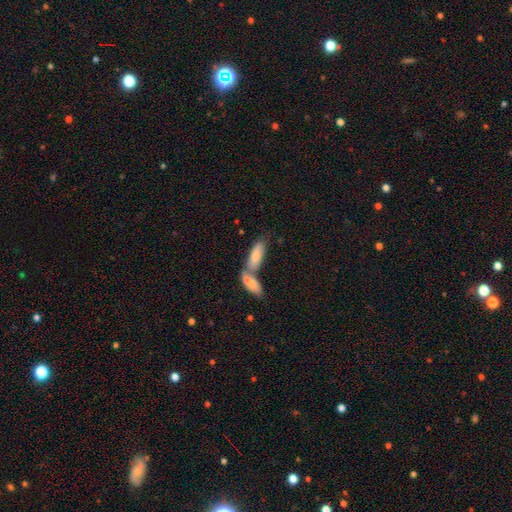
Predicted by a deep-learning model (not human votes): Smooth or featured? Predicted: smooth (p=0.77). How rounded? Predicted: in between (p=0.64). Merging? Predicted: merger (p=0.54).